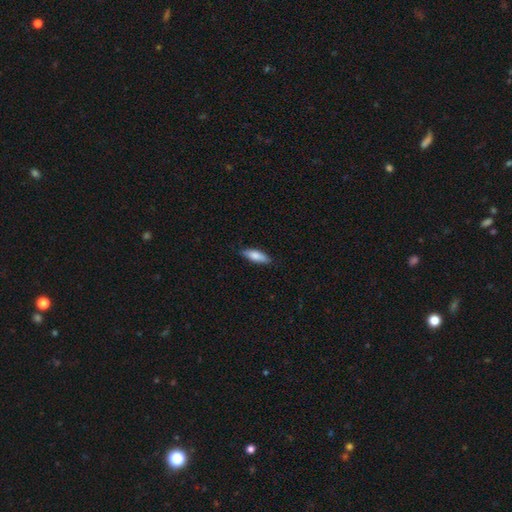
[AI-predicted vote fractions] This appears to be a smooth galaxy with no disk features (81%) that is in between round and cigar-shaped (55%). Merging: none (84%).